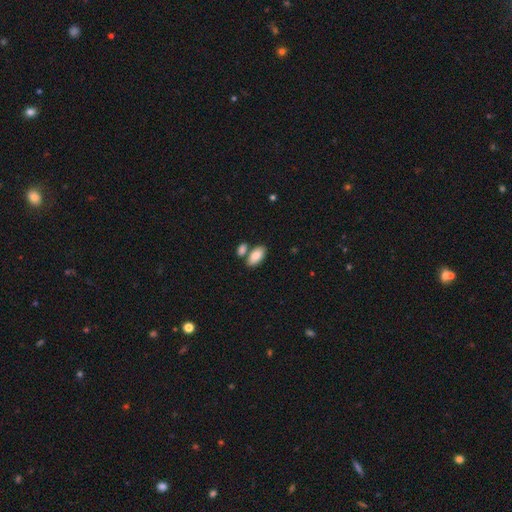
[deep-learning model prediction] This is clearly a smooth galaxy (87%). How rounded: clearly in between (93%). Merging: possibly none (59%).